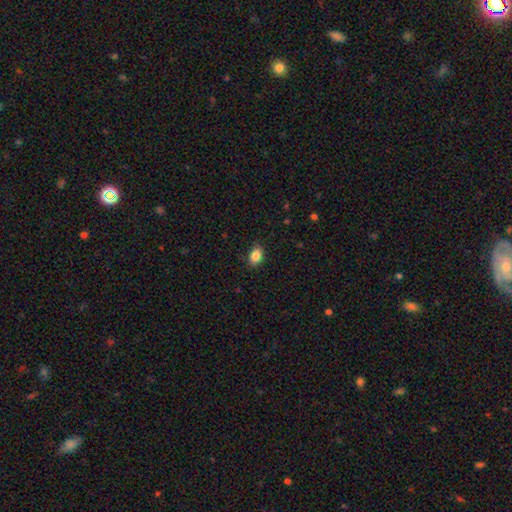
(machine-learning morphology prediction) A smooth galaxy with no disk features (86%) that is in between round and cigar-shaped (74%).

Vote fractions:
- Smooth or featured? smooth: 86% / star or artifact: 9% / featured or disk: 5%
- How rounded? in between: 74% / round: 24% / cigar-shaped: 1%
- Merging? none: 86% / minor disturbance: 11% / major disturbance: 2% / merger: 1%